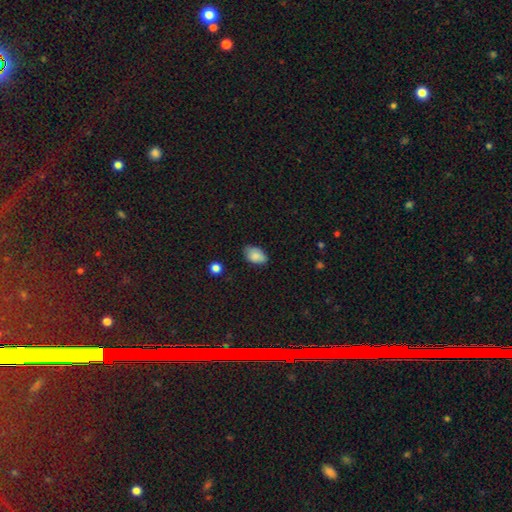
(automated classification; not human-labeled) smooth_or_featured: smooth (p=0.84) [alt: featured or disk p=0.08]
how_rounded: in between (p=0.90) [alt: round p=0.09]
merging: none (p=0.71) [alt: minor disturbance p=0.24]